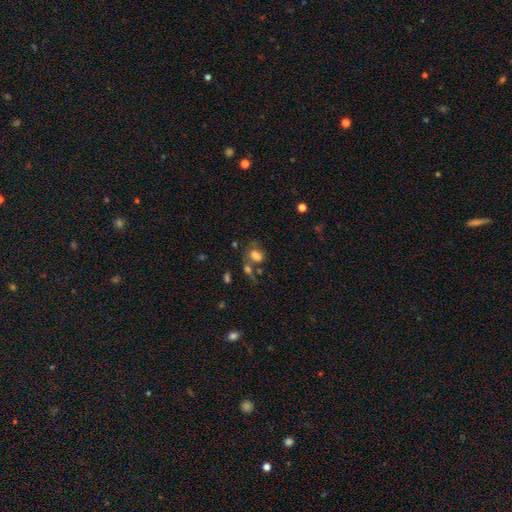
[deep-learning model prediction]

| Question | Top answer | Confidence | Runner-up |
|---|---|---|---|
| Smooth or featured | smooth | 73% | featured or disk (15%) |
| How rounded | in between | 78% | round (21%) |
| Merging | none | 41% | merger (30%) |